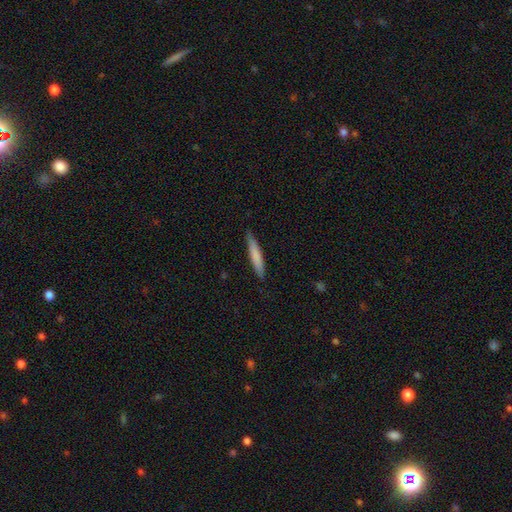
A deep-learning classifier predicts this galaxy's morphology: Smooth or featured? smooth (76%)
How rounded? cigar-shaped (92%)
Merging? none (87%)